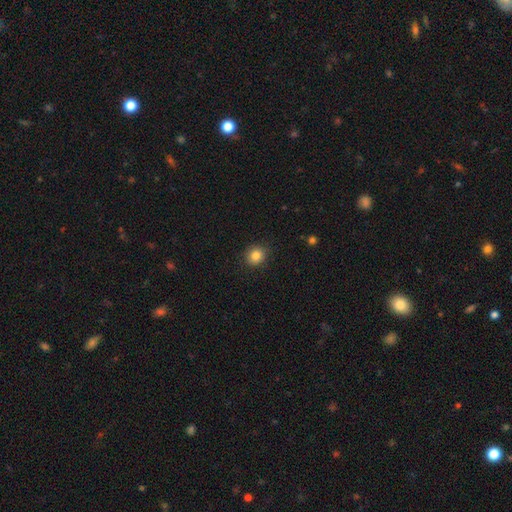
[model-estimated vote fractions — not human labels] A smooth galaxy with no disk features (84%) that is round (78%).

Vote fractions:
- Smooth or featured? smooth: 84% / star or artifact: 11% / featured or disk: 5%
- How rounded? round: 78% / in between: 21% / cigar-shaped: 1%
- Merging? none: 89% / minor disturbance: 8% / major disturbance: 2% / merger: 1%